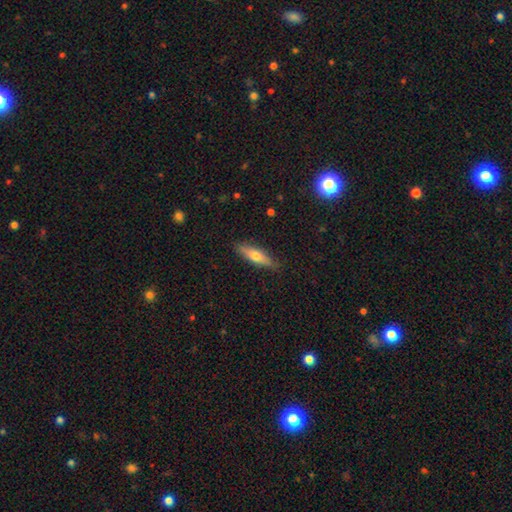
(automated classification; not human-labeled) Smooth or featured?
  - smooth: 58% *
  - featured or disk: 36%
  - star or artifact: 6%
How rounded?
  - cigar-shaped: 60% *
  - in between: 37%
  - round: 2%
Merging?
  - none: 87% *
  - minor disturbance: 10%
  - major disturbance: 2%
  - merger: 1%